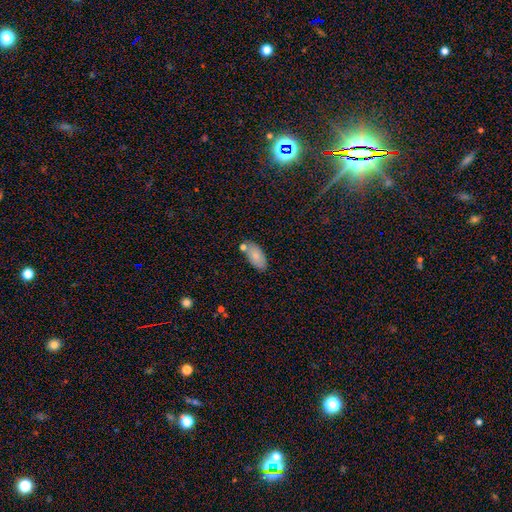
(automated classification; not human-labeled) Smooth or featured? smooth (82%)
How rounded? in between (93%)
Merging? none (68%)